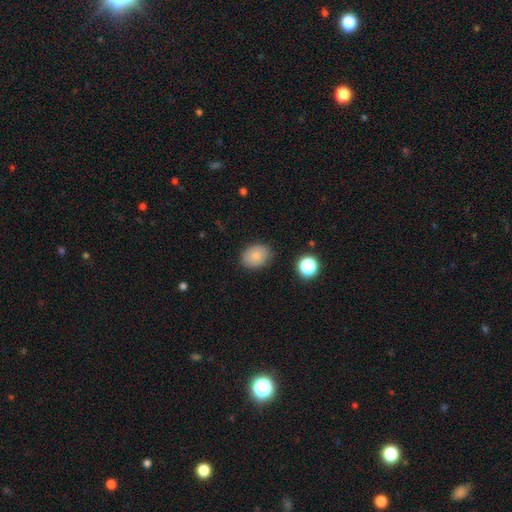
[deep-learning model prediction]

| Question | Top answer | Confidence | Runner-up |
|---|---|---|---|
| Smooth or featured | smooth | 83% | star or artifact (10%) |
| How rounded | in between | 68% | round (31%) |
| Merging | none | 84% | minor disturbance (12%) |